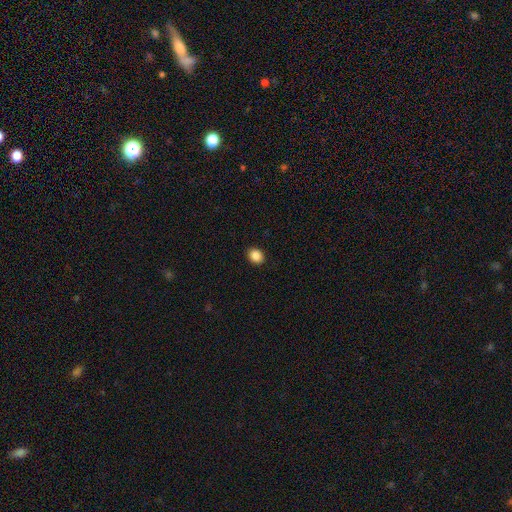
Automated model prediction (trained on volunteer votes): smooth 88%, star or artifact 9%, featured or disk 3%. Down the decision tree: how rounded — round (52%); merging — none (91%).